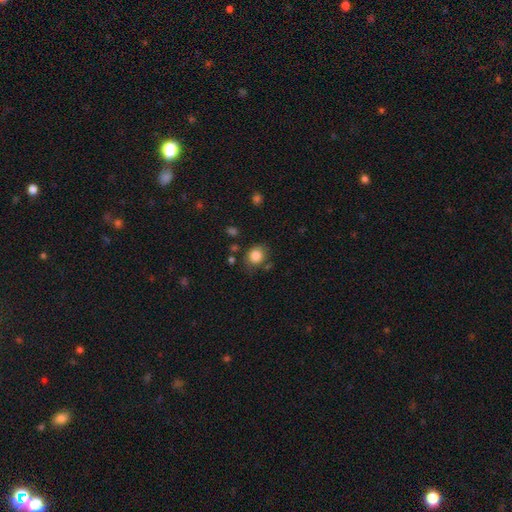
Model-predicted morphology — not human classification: Smooth or featured: smooth — 85% (star or artifact — 10%)
How rounded: round — 71% (in between — 28%)
Merging: none — 72% (minor disturbance — 18%)